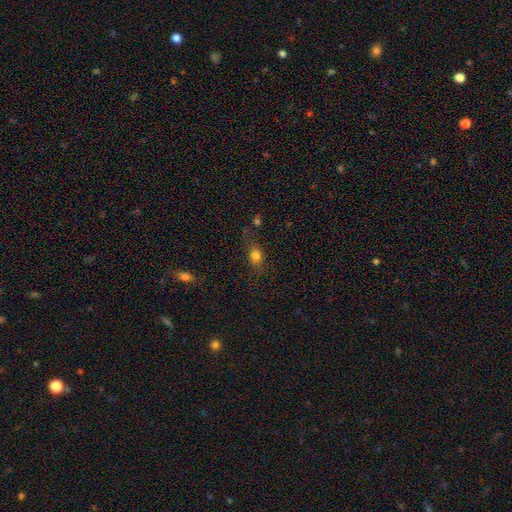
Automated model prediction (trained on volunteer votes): Smooth or featured? smooth (78%)
How rounded? in between (57%)
Merging? none (69%)